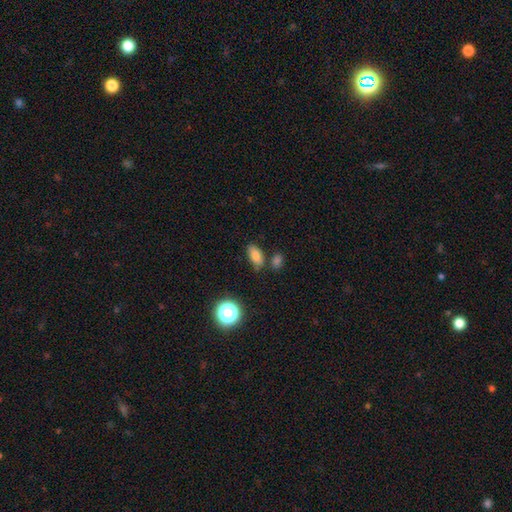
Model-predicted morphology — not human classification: smooth-or-featured: smooth: 80% | star or artifact: 12% | featured or disk: 8%
  how-rounded: in between: 87% | round: 6% | cigar-shaped: 6%
  merging: none: 73% | minor disturbance: 14% | merger: 10% | major disturbance: 4%